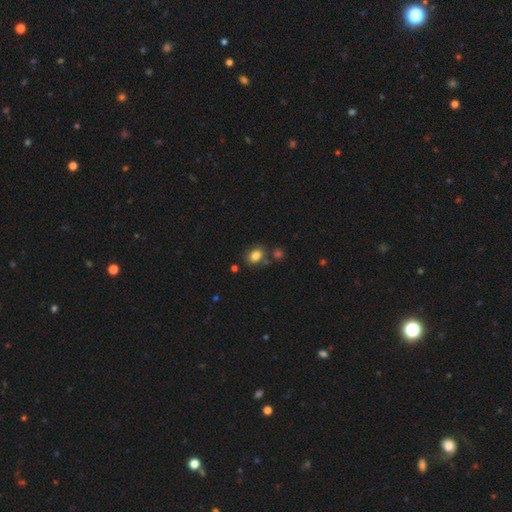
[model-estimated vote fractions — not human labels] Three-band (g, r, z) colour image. It shows a smooth galaxy with no disk features (82%) that is in between round and cigar-shaped (65%). Merging: none (69%).